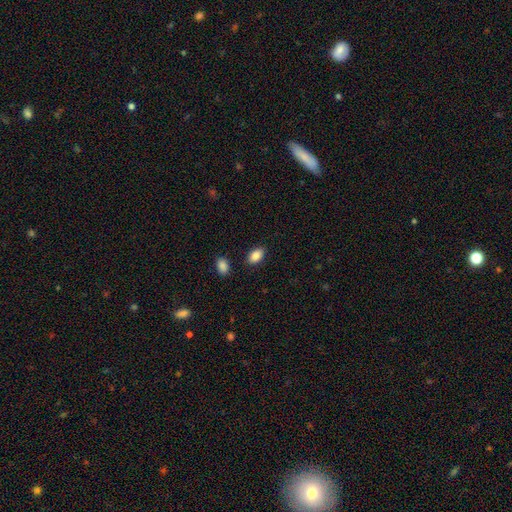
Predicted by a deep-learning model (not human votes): This appears to be a smooth galaxy with no disk features (87%) that is in between round and cigar-shaped (92%). Merging: none (87%).